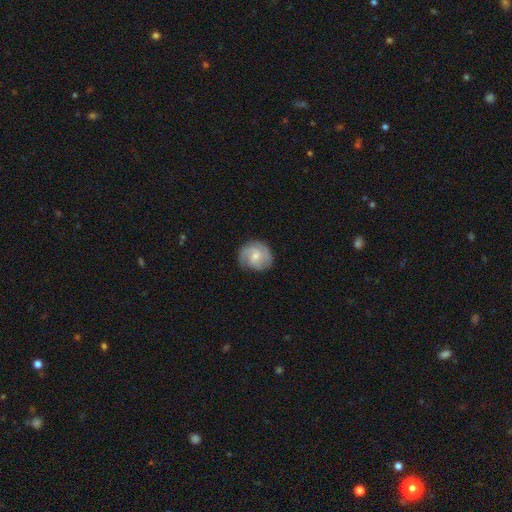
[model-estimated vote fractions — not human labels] This is likely a featured or disk galaxy (76%). It is clearly not viewed edge-on (98%). Bar: likely no (62%). Spiral arm pattern: clearly yes (95%). Spiral arm count: possibly 2 (46%). Spiral winding: possibly tight (49%). Central bulge: possibly small (57%). Merging: likely none (78%).